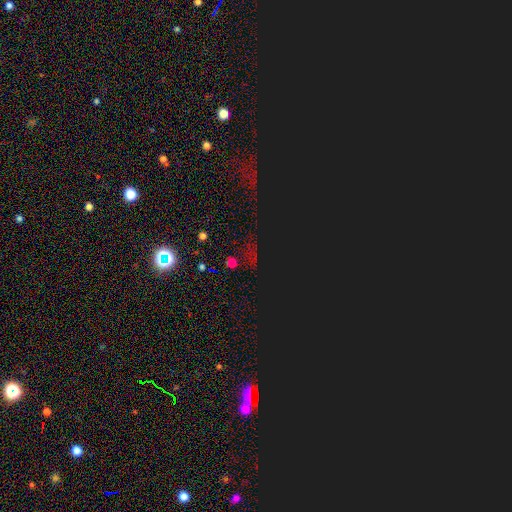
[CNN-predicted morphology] Overall: star or artifact (78%).